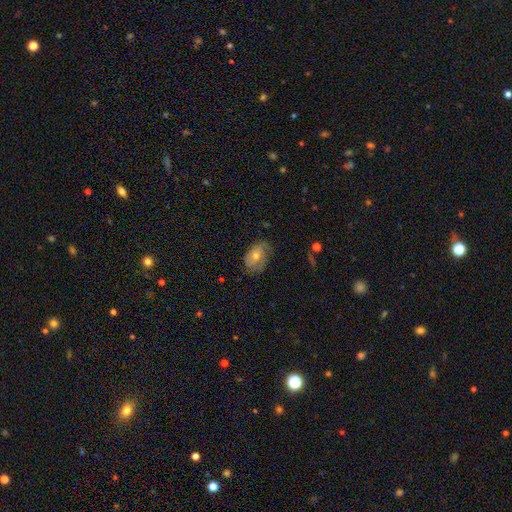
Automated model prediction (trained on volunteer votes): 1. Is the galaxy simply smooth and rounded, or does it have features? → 51% smooth, 38% featured or disk, 11% star or artifact.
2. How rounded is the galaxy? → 81% in between, 17% round, 2% cigar-shaped.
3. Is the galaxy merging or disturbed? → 65% none, 26% minor disturbance, 7% major disturbance, 1% merger.